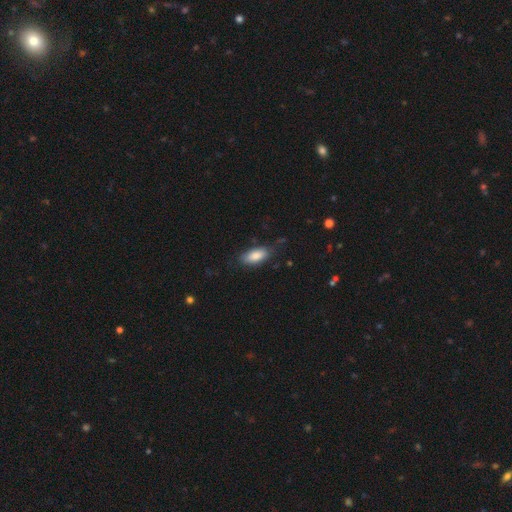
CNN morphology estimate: Smooth or featured? smooth (84%)
How rounded? in between (87%)
Merging? none (73%)